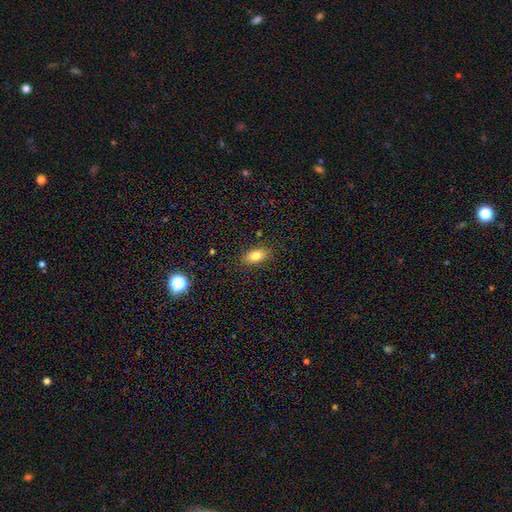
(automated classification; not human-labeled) Overall: smooth (80%). How rounded: in between (86%). Merging: none (86%).